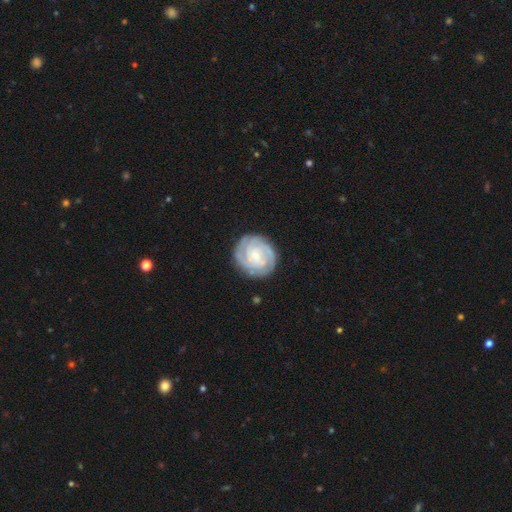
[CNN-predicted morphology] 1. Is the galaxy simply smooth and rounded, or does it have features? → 83% featured or disk, 12% smooth, 5% star or artifact.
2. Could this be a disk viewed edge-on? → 98% no, 2% yes.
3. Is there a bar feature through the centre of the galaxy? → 62% no, 32% weak, 7% strong.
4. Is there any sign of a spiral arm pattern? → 96% yes, 4% no.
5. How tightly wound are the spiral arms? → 76% tight, 20% medium, 4% loose.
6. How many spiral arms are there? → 28% 2, 27% 3, 23% can't tell, 10% 4, 6% 1, 6% more than 4.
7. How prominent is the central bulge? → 69% small, 21% moderate, 7% none, 2% large, 1% dominant.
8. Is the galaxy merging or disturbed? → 82% none, 13% minor disturbance, 4% major disturbance, 1% merger.